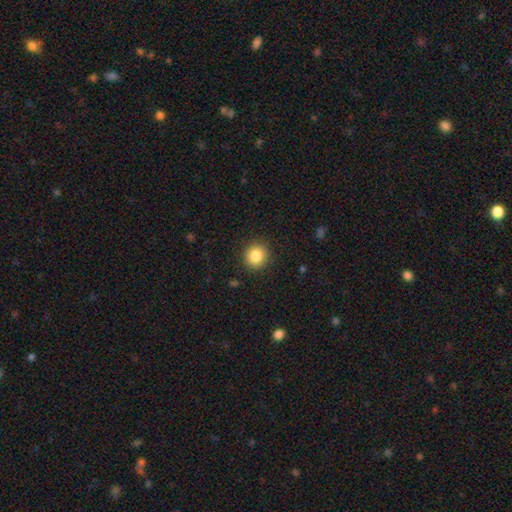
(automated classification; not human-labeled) This is clearly a smooth galaxy (85%). How rounded: clearly round (91%). Merging: clearly none (91%).